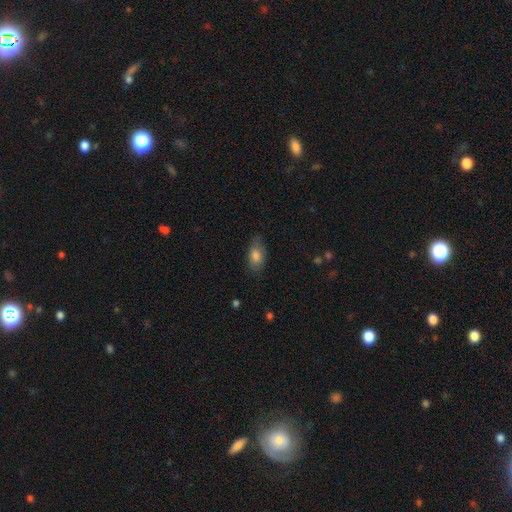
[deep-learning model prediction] smooth-or-featured: smooth: 78% | featured or disk: 15% | star or artifact: 7%
  how-rounded: in between: 89% | round: 5% | cigar-shaped: 5%
  merging: none: 74% | minor disturbance: 20% | major disturbance: 5% | merger: 1%